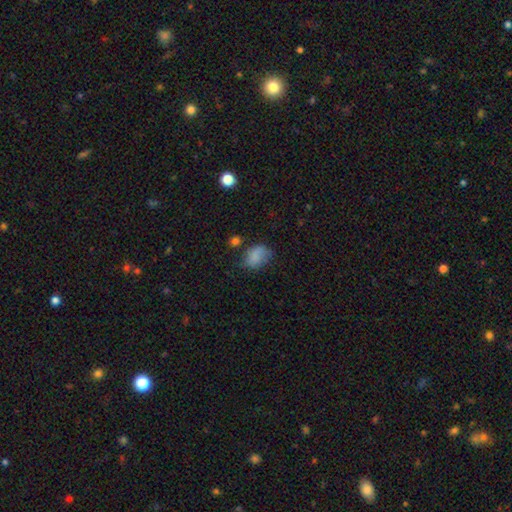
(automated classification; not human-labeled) This appears to be a smooth galaxy with no disk features (74%) that is in between round and cigar-shaped (77%). Merging: none (46%).